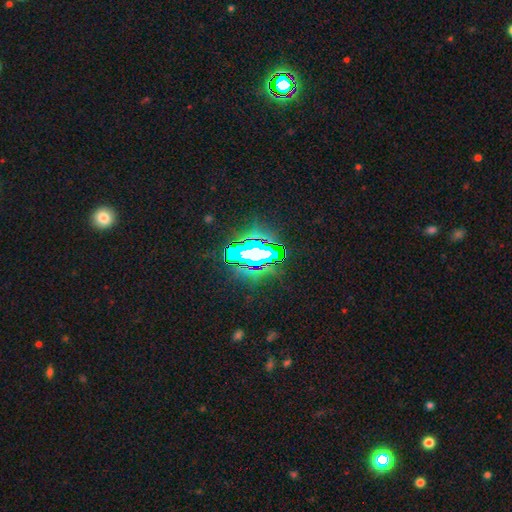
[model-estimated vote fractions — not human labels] smooth-or-featured: star or artifact: 68% | featured or disk: 16% | smooth: 15%